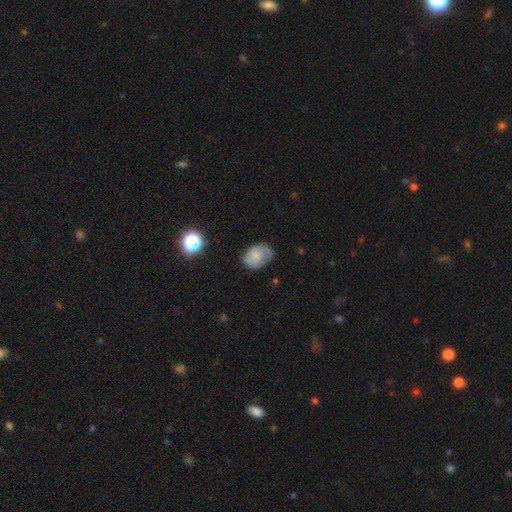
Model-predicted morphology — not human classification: type=smooth (70%); roundness=in between (73%); merging=none (60%).